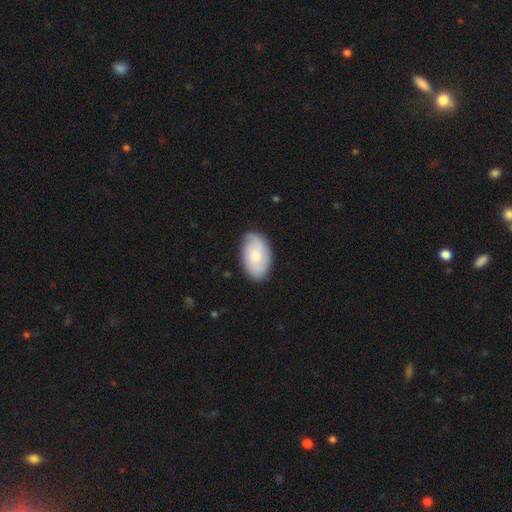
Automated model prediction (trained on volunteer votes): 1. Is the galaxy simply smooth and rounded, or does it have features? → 50% featured or disk, 44% smooth, 6% star or artifact.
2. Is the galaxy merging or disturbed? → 79% none, 16% minor disturbance, 4% major disturbance, 1% merger.